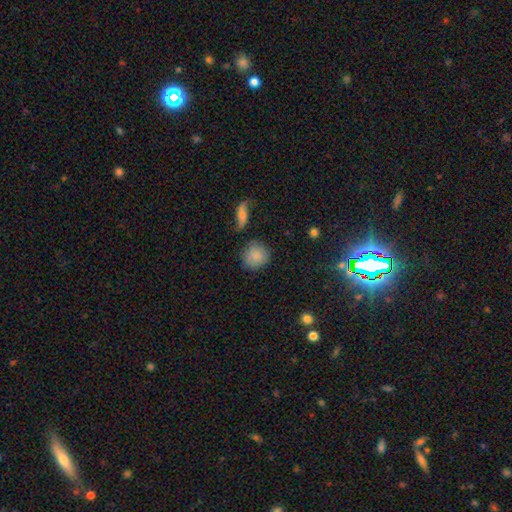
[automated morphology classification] Smooth or featured? Predicted: smooth (p=0.82). How rounded? Predicted: round (p=0.86). Merging? Predicted: none (p=0.75).